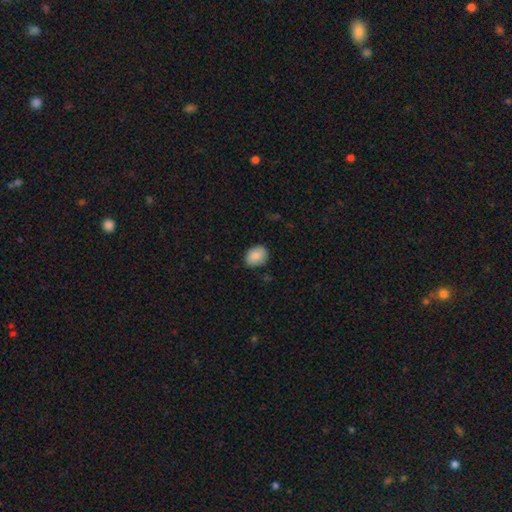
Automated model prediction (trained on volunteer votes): smooth 86%, star or artifact 7%, featured or disk 7%. Down the decision tree: how rounded — round (52%); merging — none (79%).